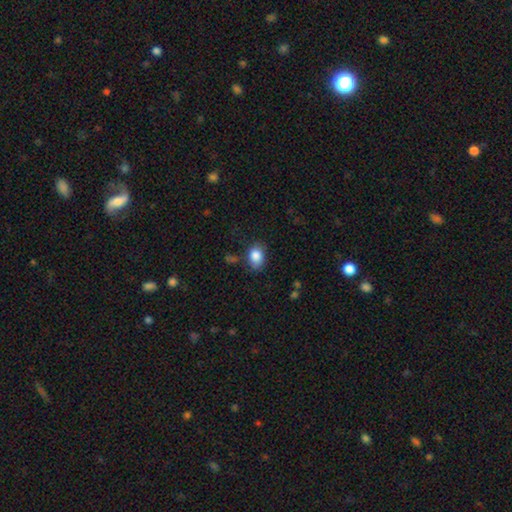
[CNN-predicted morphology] The model was most divided on "how rounded": in between: 72%, round: 27%, cigar-shaped: 1%. More confident: smooth or featured — smooth (86%); merging — none (71%).